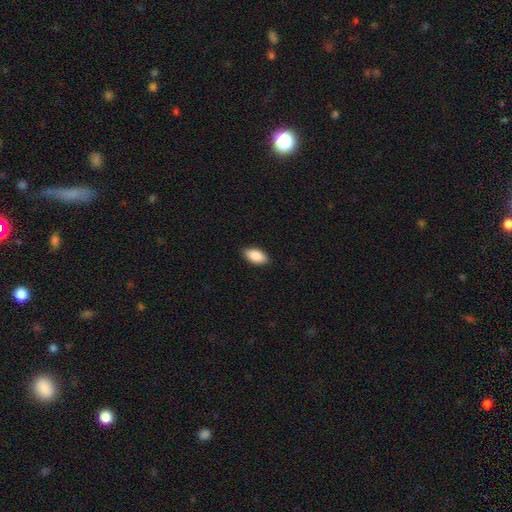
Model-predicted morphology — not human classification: Q: Smooth or featured?
A: smooth (89%); runner-up: star or artifact (6%)
Q: How rounded?
A: in between (93%); runner-up: cigar-shaped (4%)
Q: Merging?
A: none (89%); runner-up: minor disturbance (9%)